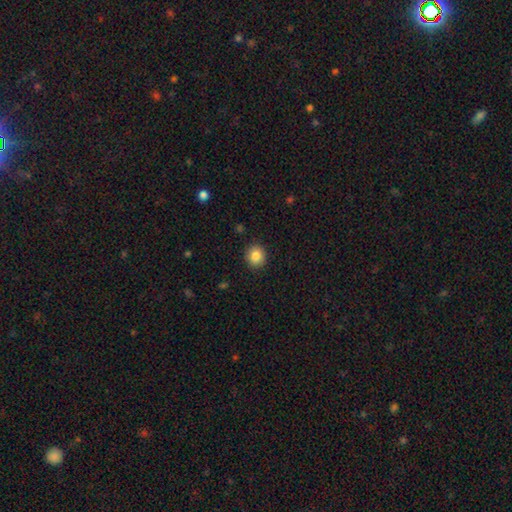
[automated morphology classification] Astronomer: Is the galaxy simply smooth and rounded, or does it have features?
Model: smooth — 84%.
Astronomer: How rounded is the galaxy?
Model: round — 86%.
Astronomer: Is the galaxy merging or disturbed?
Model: none — 91%.